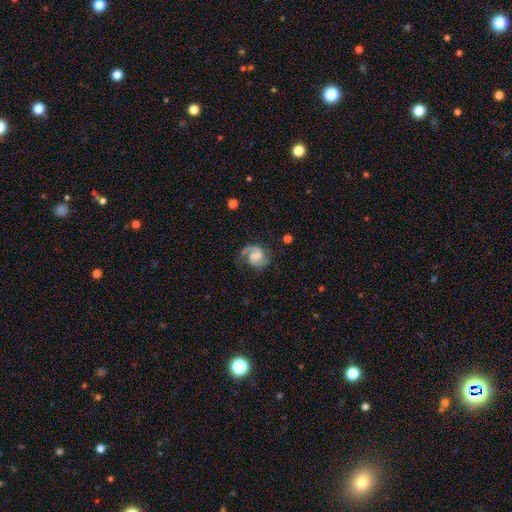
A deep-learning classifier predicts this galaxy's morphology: A featured or disk galaxy (87%) with a weak bar (51%), 2 (88%) medium (56%) spiral arms (98%) and no central bulge (41%).

Vote fractions:
- Smooth or featured? featured or disk: 87% / smooth: 8% / star or artifact: 5%
- Edge-on disk? no: 98% / yes: 2%
- Bar? weak: 51% / no: 33% / strong: 15%
- Spiral arms? yes: 98% / no: 2%
- Spiral winding? medium: 56% / tight: 24% / loose: 20%
- Spiral arm count? 2: 88% / 1: 7% / can't tell: 2% / 3: 1% / 4: 1% / more than 4: 1%
- Bulge size? none: 41% / moderate: 25% / small: 24% / large: 8% / dominant: 2%
- Merging? none: 72% / minor disturbance: 17% / major disturbance: 9% / merger: 2%